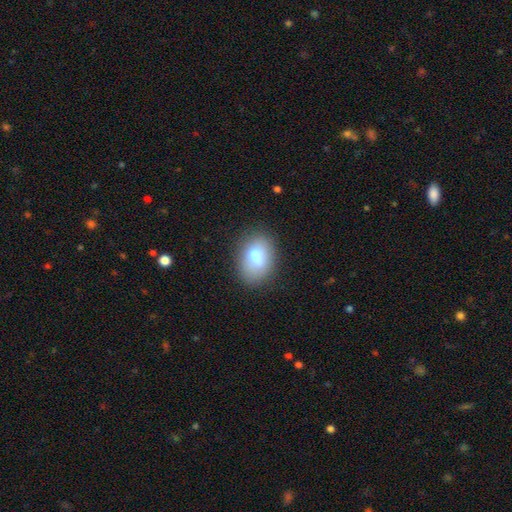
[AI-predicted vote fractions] This appears to be a smooth galaxy with no disk features (73%) that is in between round and cigar-shaped (67%). Merging: none (75%).